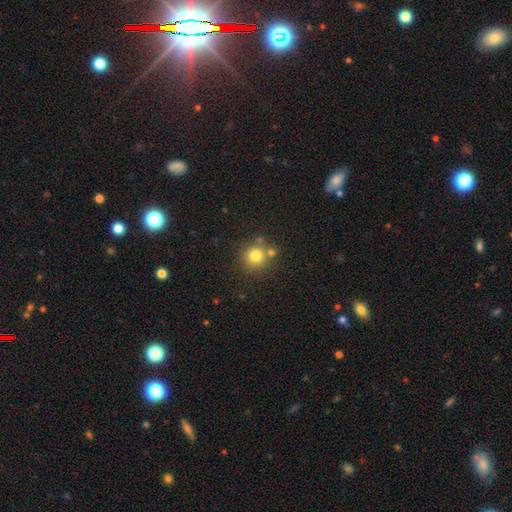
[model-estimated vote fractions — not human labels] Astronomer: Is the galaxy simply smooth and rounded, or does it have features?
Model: smooth — 78%.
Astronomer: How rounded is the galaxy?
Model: round — 92%.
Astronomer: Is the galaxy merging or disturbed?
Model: none — 74%.